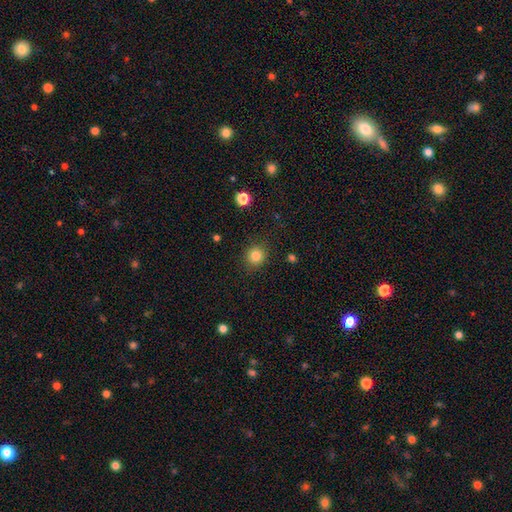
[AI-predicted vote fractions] smooth 83%, star or artifact 11%, featured or disk 5%. Down the decision tree: how rounded — round (87%); merging — none (88%).